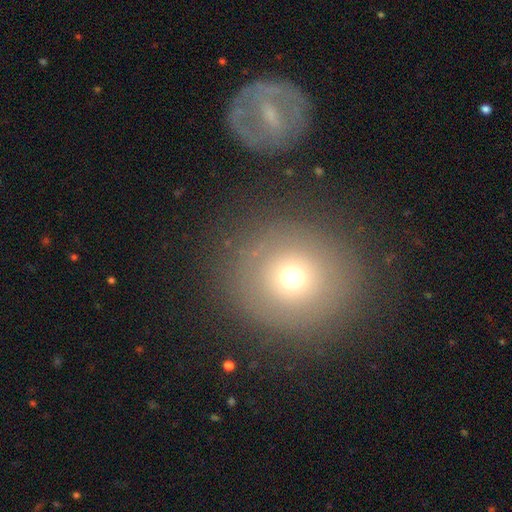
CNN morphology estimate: Q: Smooth or featured?
A: smooth (57%); runner-up: featured or disk (28%)
Q: How rounded?
A: round (87%); runner-up: in between (12%)
Q: Merging?
A: none (83%); runner-up: minor disturbance (8%)